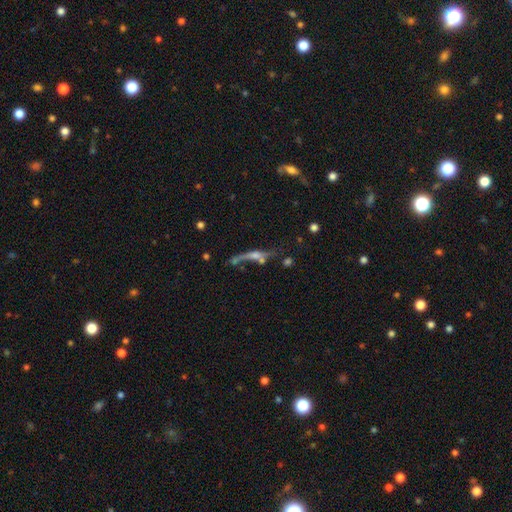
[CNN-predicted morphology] Smooth or featured: featured or disk — 60% (smooth — 28%)
Edge-on disk: yes — 77% (no — 23%)
Merging: none — 43% (merger — 23%)